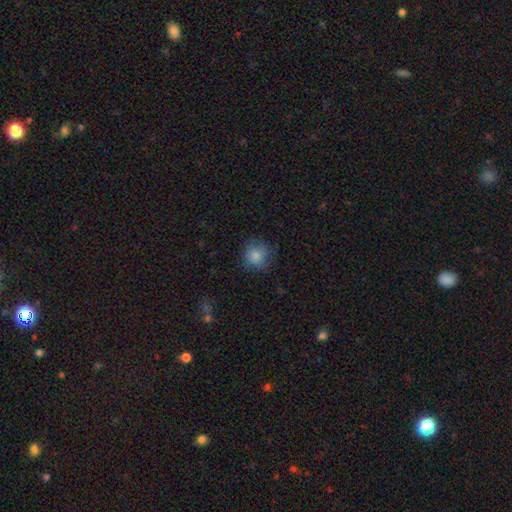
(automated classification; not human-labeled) Smooth or featured: smooth — 83% (star or artifact — 9%)
How rounded: round — 87% (in between — 12%)
Merging: none — 75% (minor disturbance — 18%)